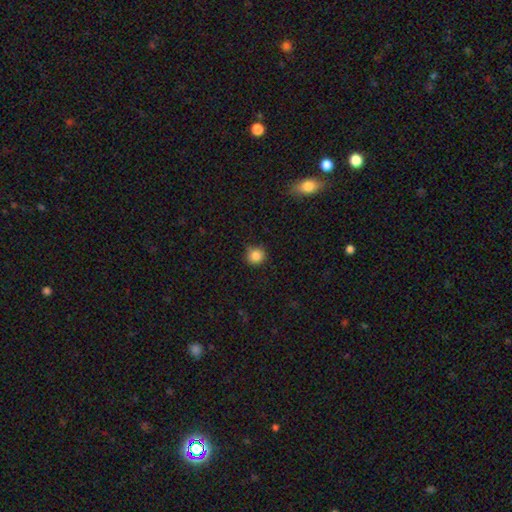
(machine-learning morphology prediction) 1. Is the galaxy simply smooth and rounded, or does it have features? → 84% smooth, 11% star or artifact, 5% featured or disk.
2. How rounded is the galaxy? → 92% round, 7% in between, 1% cigar-shaped.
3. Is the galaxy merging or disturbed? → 83% none, 13% minor disturbance, 3% major disturbance, 1% merger.